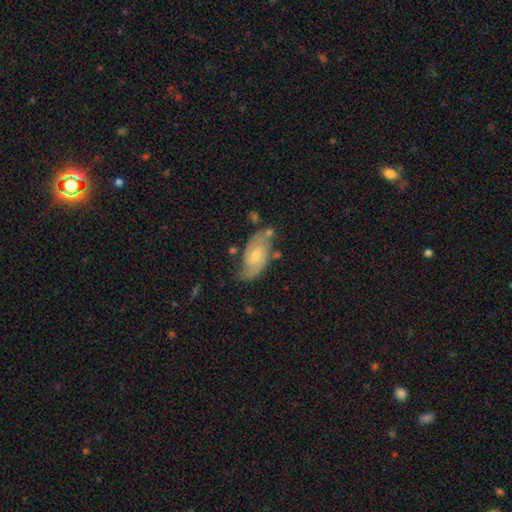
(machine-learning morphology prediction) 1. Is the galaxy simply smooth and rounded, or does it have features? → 75% featured or disk, 19% smooth, 6% star or artifact.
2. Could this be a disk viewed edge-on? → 95% no, 5% yes.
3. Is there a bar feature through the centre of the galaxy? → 55% no, 38% weak, 6% strong.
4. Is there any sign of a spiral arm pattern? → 93% yes, 7% no.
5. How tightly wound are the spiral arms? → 46% medium, 34% tight, 20% loose.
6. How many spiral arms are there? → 84% 2, 10% can't tell, 3% 3, 2% 1, 1% 4, 1% more than 4.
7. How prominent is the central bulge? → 49% small, 46% moderate, 2% none, 2% large, 1% dominant.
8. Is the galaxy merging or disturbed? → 64% none, 22% minor disturbance, 8% merger, 7% major disturbance.